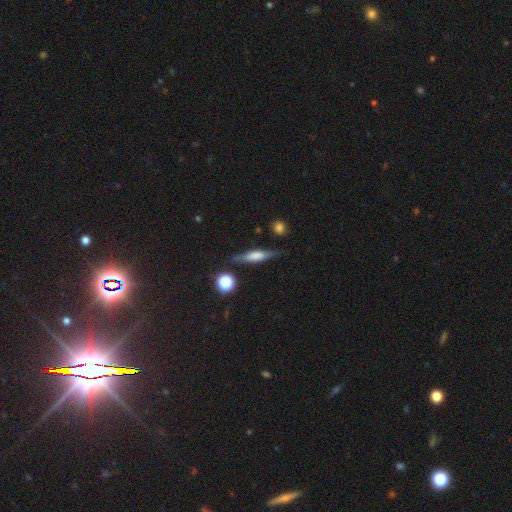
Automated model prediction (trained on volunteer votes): Smooth or featured? Predicted: featured or disk (p=0.53). Edge-on disk? Predicted: yes (p=0.92). Merging? Predicted: none (p=0.80).